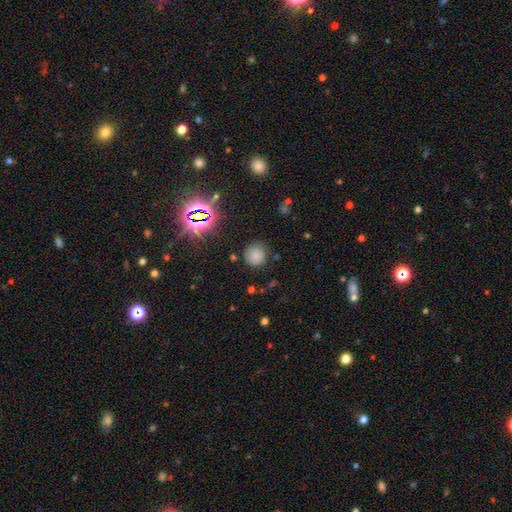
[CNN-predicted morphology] type=smooth (75%); roundness=round (91%); merging=none (82%).